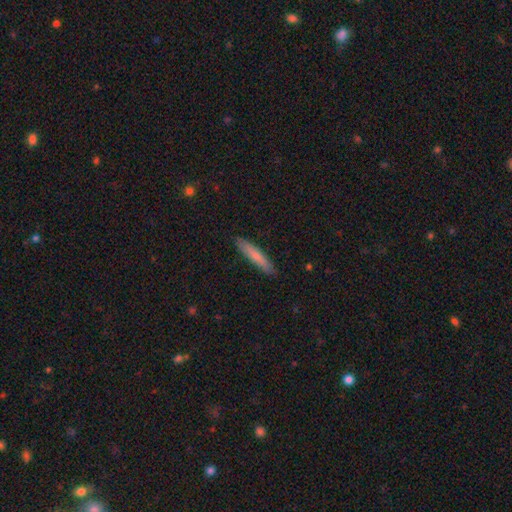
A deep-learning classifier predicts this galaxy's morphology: This is likely a smooth galaxy (72%). How rounded: clearly cigar-shaped (91%). Merging: clearly none (90%).